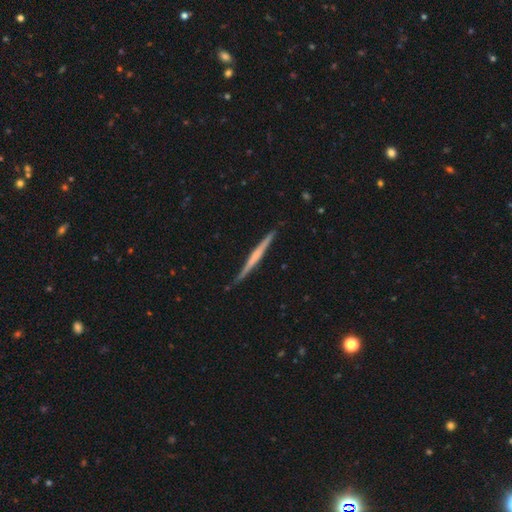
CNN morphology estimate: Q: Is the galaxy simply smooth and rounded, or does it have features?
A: featured or disk — 65%.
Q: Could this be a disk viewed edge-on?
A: yes — 98%.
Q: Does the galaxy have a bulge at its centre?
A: none — 62%.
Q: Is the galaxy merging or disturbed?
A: none — 88%.